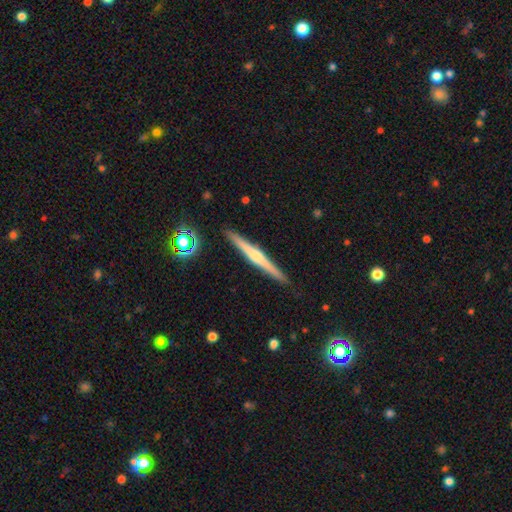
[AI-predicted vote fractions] A featured or disk galaxy (69%) viewed edge-on (98%) with a rounded central bulge (77%). Merging: none (92%).